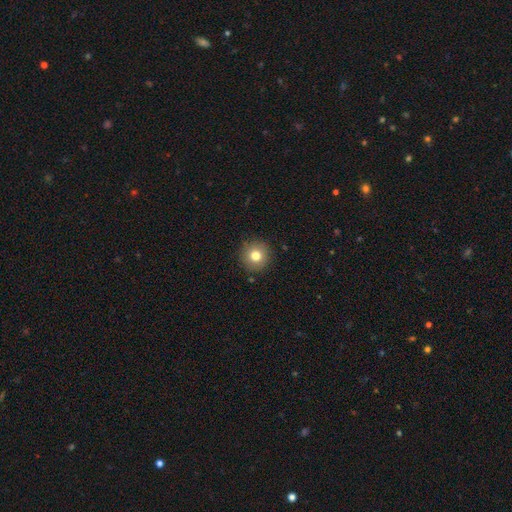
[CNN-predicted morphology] The model was most divided on "smooth or featured": smooth: 79%, star or artifact: 11%, featured or disk: 10%. More confident: how rounded — round (95%); merging — none (90%).